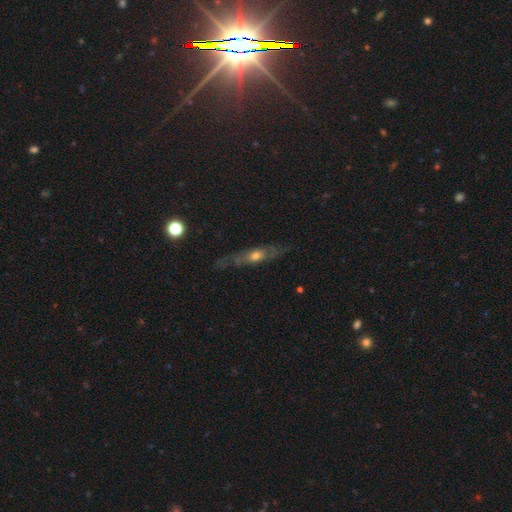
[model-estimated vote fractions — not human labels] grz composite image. It shows a featured or disk galaxy (62%) viewed edge-on (64%). Merging: none (73%).